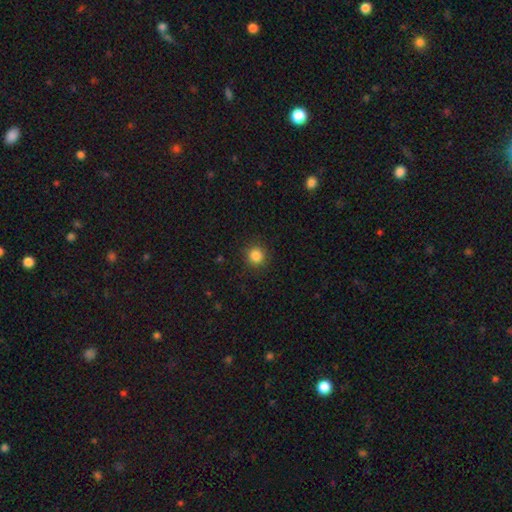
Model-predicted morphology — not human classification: A smooth galaxy with no disk features (85%) that is round (94%). Merging: none (90%).